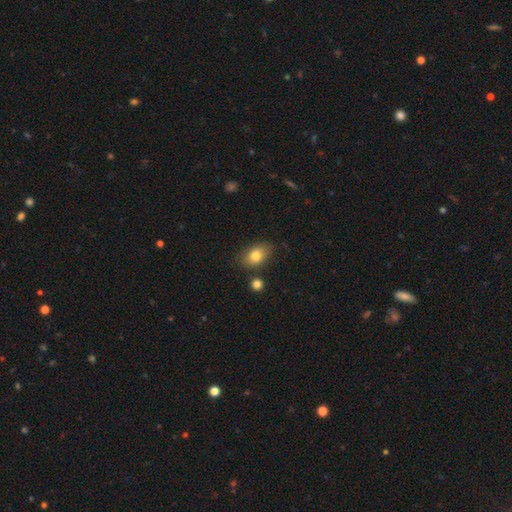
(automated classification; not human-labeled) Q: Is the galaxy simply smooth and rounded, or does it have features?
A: smooth — 79%.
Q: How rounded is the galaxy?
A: in between — 80%.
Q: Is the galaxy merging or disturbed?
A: none — 76%.